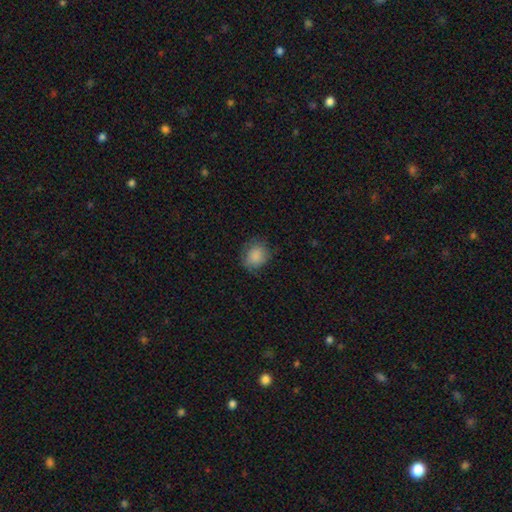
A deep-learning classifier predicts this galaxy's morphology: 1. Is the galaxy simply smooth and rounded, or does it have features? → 85% smooth, 8% star or artifact, 7% featured or disk.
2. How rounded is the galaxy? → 68% round, 31% in between, 1% cigar-shaped.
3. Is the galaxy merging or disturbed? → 71% none, 21% minor disturbance, 7% major disturbance, 1% merger.